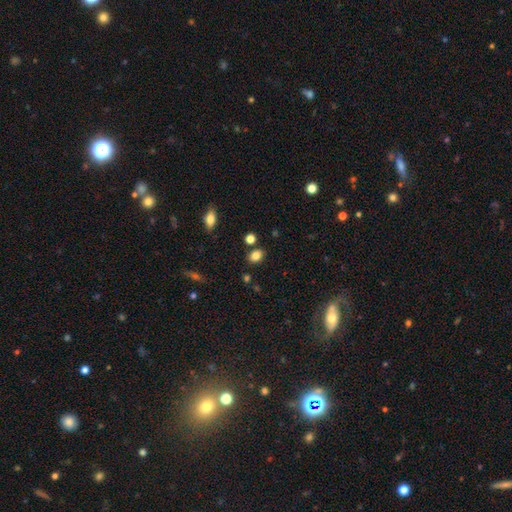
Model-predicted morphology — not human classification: smooth-or-featured: smooth: 83% | star or artifact: 11% | featured or disk: 6%
  how-rounded: in between: 68% | round: 31% | cigar-shaped: 1%
  merging: none: 81% | minor disturbance: 10% | merger: 6% | major disturbance: 3%